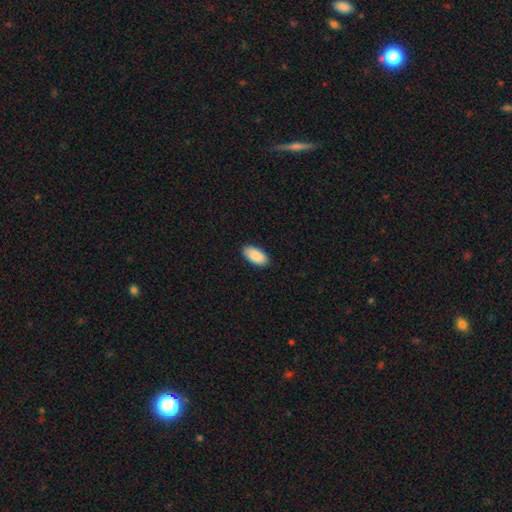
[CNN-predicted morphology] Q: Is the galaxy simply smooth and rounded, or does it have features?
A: smooth — 90%.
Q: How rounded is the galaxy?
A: in between — 95%.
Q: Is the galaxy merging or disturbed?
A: none — 88%.